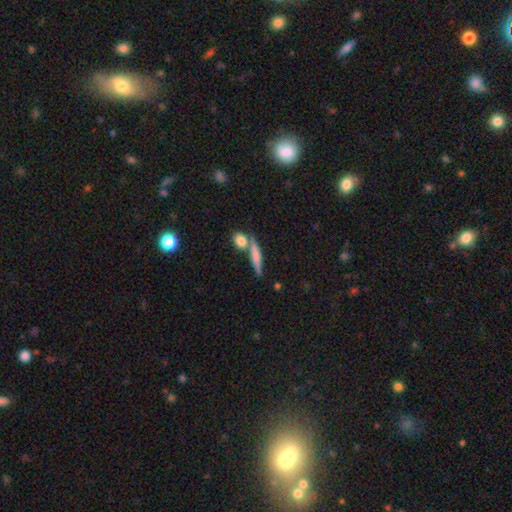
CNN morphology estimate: This is likely a smooth galaxy (63%). How rounded: likely cigar-shaped (78%). Merging: likely none (63%).